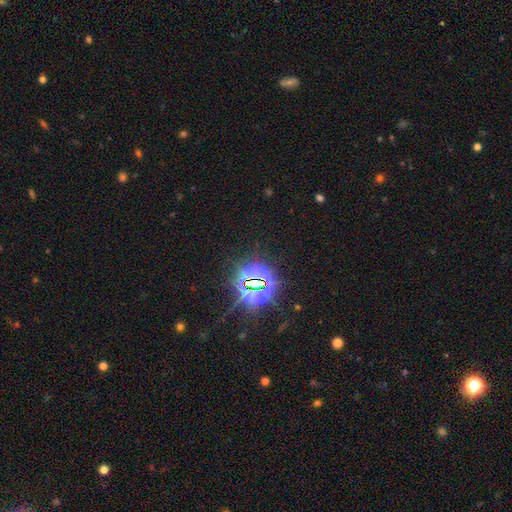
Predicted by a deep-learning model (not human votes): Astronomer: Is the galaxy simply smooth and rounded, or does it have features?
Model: star or artifact — 83%.